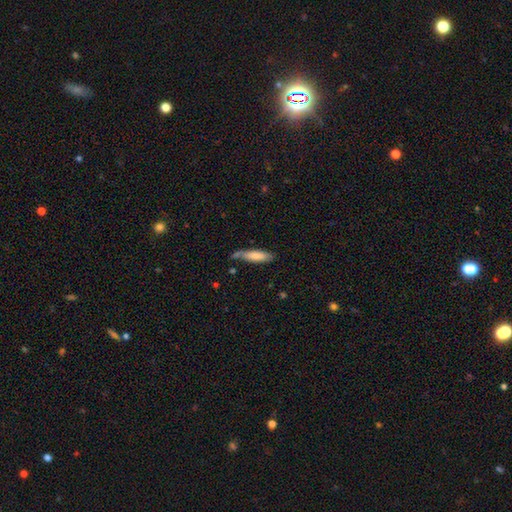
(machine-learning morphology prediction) The model was most divided on "how rounded": cigar-shaped: 63%, in between: 35%, round: 1%. More confident: smooth or featured — smooth (77%); merging — none (59%).